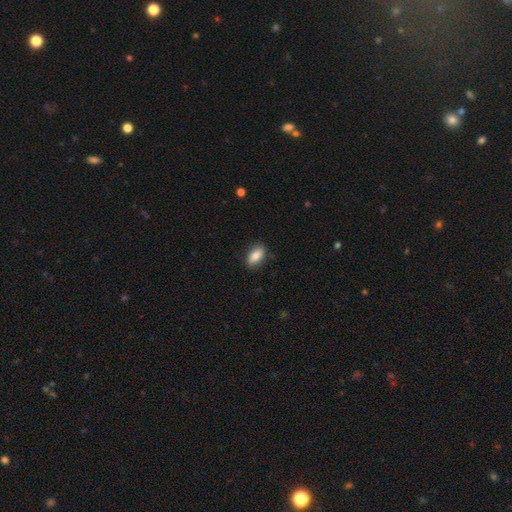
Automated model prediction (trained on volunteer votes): Morphology: type=smooth (87%); roundness=in between (91%); merging=none (87%).